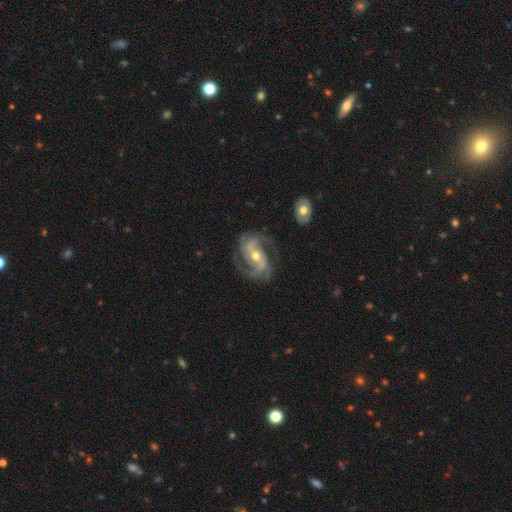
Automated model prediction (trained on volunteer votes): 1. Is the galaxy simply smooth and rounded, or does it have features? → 91% featured or disk, 5% star or artifact, 5% smooth.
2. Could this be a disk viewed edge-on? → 97% no, 3% yes.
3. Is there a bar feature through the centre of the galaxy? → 37% weak, 33% no, 30% strong.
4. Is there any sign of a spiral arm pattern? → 97% yes, 3% no.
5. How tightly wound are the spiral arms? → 52% medium, 27% tight, 21% loose.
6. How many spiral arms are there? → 53% 2, 26% 3, 8% can't tell, 5% 4, 4% 1, 4% more than 4.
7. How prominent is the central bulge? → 62% moderate, 33% small, 3% large, 1% none, 1% dominant.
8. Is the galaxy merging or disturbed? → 70% none, 17% minor disturbance, 10% major disturbance, 2% merger.